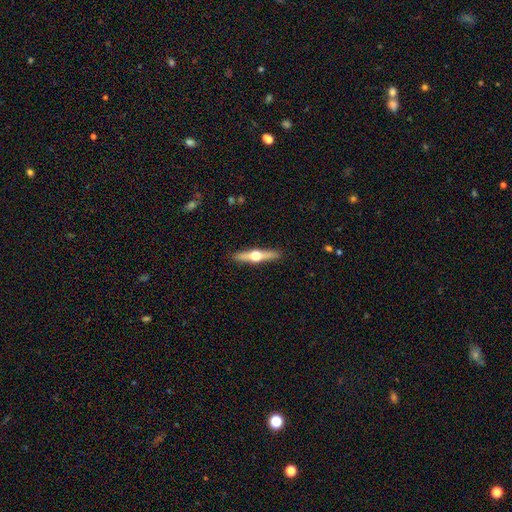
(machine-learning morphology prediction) A featured or disk galaxy (68%) viewed edge-on (97%) with a rounded central bulge (96%).

Vote fractions:
- Smooth or featured? featured or disk: 68% / smooth: 26% / star or artifact: 5%
- Edge-on disk? yes: 97% / no: 3%
- Edge-on bulge? rounded: 96% / boxy: 2% / none: 2%
- Merging? none: 91% / minor disturbance: 6% / major disturbance: 2% / merger: 1%